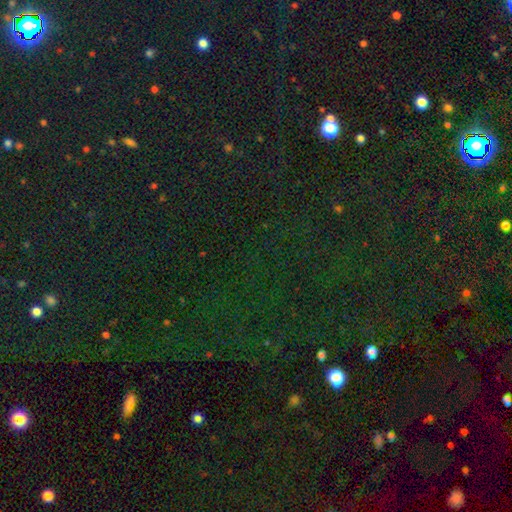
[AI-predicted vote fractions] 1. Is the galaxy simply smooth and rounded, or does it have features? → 80% star or artifact, 13% smooth, 7% featured or disk.